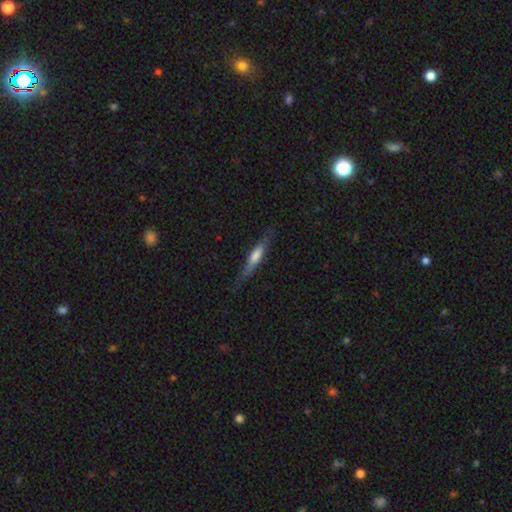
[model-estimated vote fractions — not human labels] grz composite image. It shows a featured or disk galaxy (47%, tied with smooth). Merging: none (74%).